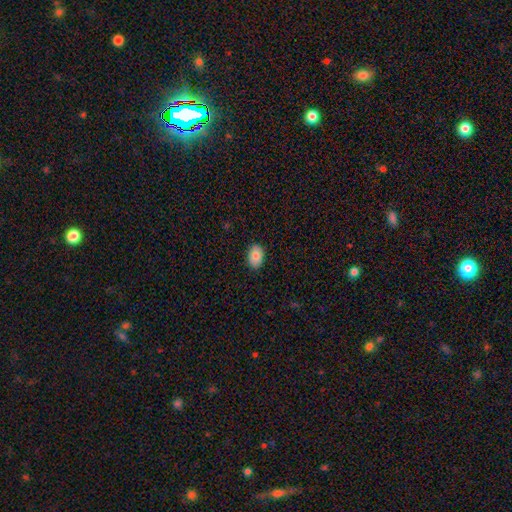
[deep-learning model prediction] The model was most divided on "smooth or featured": smooth: 83%, featured or disk: 10%, star or artifact: 7%. More confident: merging — none (88%); how rounded — in between (86%).